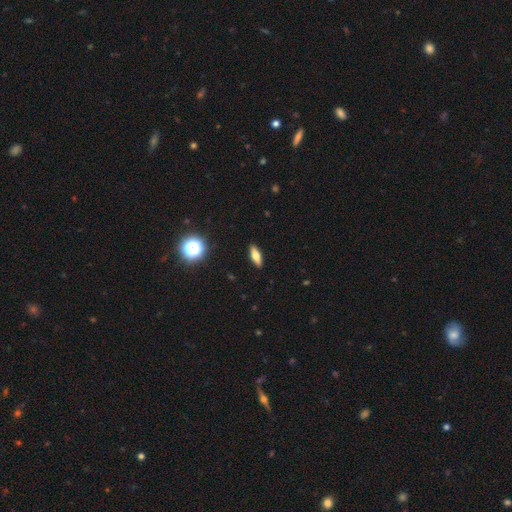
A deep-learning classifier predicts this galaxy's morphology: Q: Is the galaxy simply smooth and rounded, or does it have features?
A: smooth — 62%.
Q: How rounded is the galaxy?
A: in between — 54%.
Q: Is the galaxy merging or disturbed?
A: none — 90%.